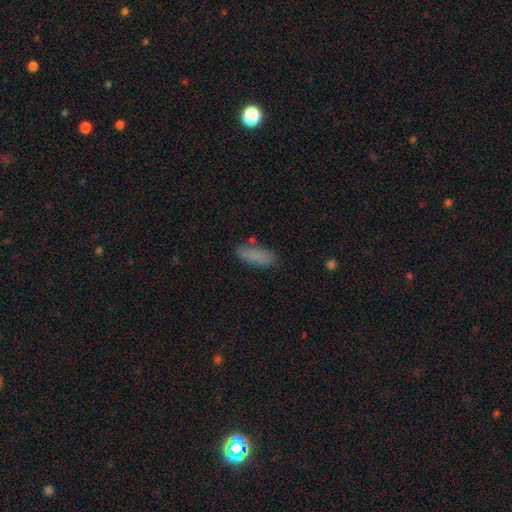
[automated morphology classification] The model was most divided on "how rounded": in between: 64%, cigar-shaped: 34%, round: 2%. More confident: smooth or featured — smooth (84%); merging — none (77%).